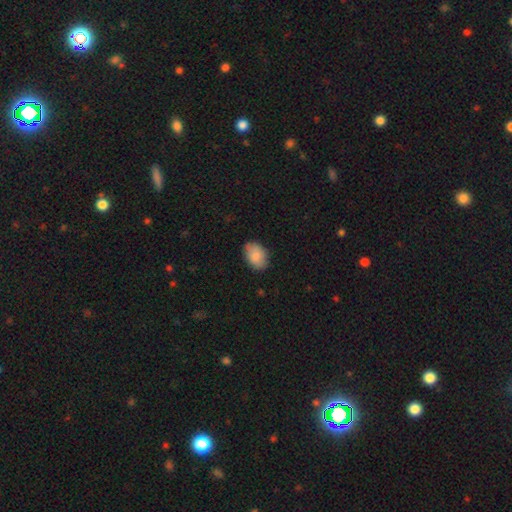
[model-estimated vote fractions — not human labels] A smooth galaxy with no disk features (86%) that is in between round and cigar-shaped (85%).

Vote fractions:
- Smooth or featured? smooth: 86% / featured or disk: 7% / star or artifact: 6%
- How rounded? in between: 85% / round: 13% / cigar-shaped: 1%
- Merging? none: 82% / minor disturbance: 15% / major disturbance: 3% / merger: 1%